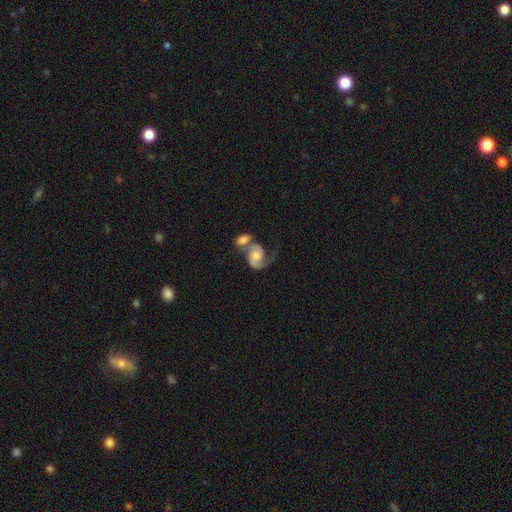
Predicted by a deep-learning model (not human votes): A featured or disk galaxy (76%) with no bar (69%), 2 (62%) medium (43%) spiral arms (93%) and a moderate central bulge (48%). Merging: merger (58%).